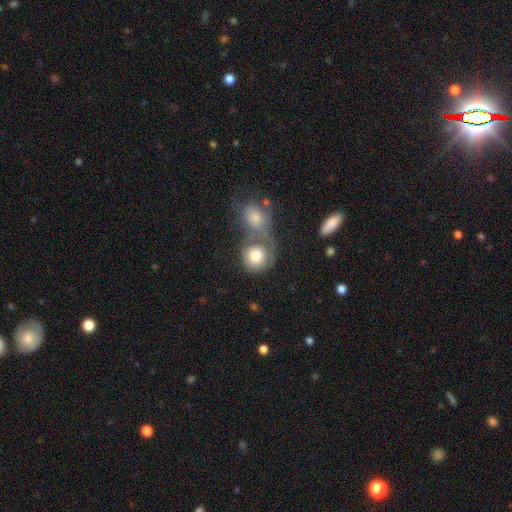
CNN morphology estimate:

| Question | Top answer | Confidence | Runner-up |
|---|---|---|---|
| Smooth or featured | smooth | 75% | featured or disk (18%) |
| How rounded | round | 81% | in between (18%) |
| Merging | merger | 53% | none (28%) |